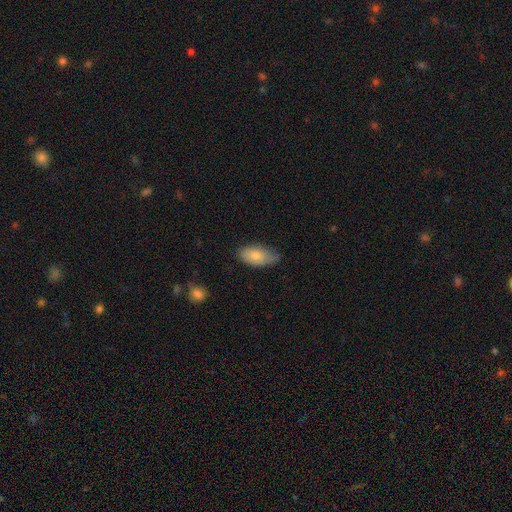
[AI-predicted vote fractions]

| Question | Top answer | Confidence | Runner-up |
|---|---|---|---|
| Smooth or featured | smooth | 79% | featured or disk (15%) |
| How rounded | in between | 92% | cigar-shaped (6%) |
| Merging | none | 66% | minor disturbance (27%) |